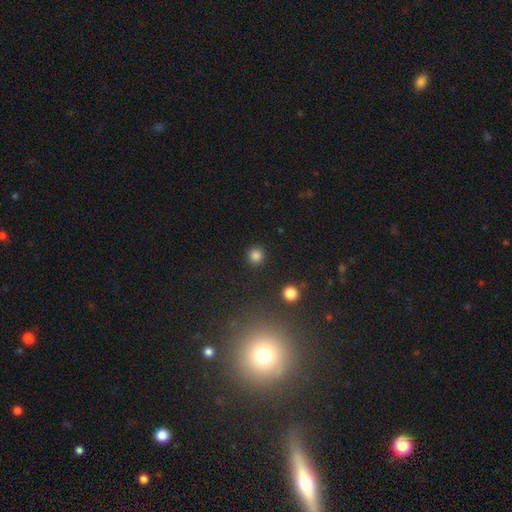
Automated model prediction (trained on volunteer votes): A smooth galaxy with no disk features (83%) that is round (94%).

Vote fractions:
- Smooth or featured? smooth: 83% / star or artifact: 13% / featured or disk: 4%
- How rounded? round: 94% / in between: 5% / cigar-shaped: 1%
- Merging? none: 90% / minor disturbance: 6% / major disturbance: 2% / merger: 2%